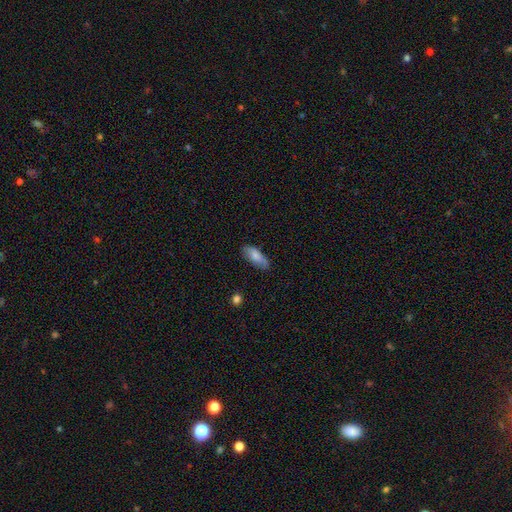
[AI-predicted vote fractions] Overall: smooth (79%). How rounded: in between (78%). Merging: none (76%).